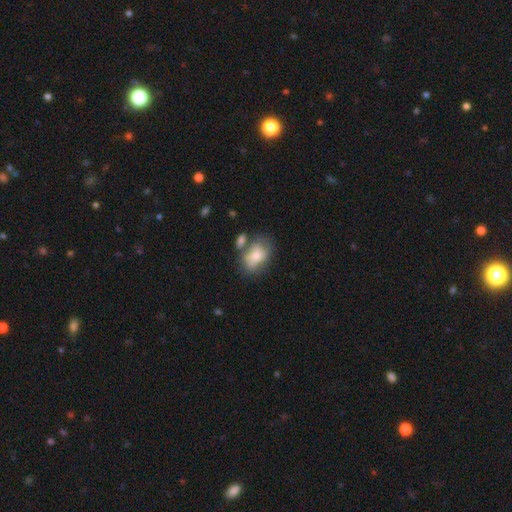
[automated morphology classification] The model was most divided on "merging": none: 38%, merger: 25%, minor disturbance: 23%, major disturbance: 14%. More confident: how rounded — in between (82%); smooth or featured — smooth (69%).